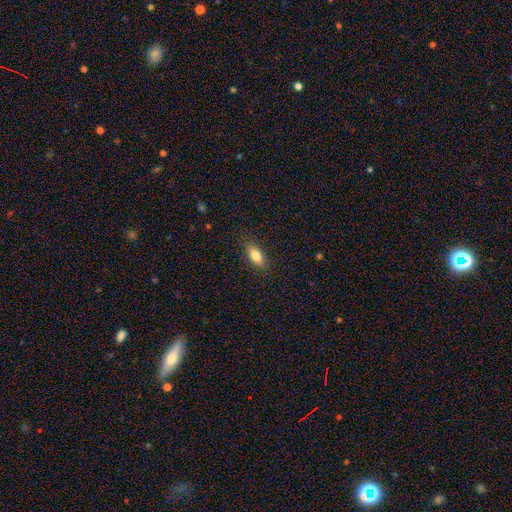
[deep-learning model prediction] smooth-or-featured: smooth: 81% | featured or disk: 12% | star or artifact: 7%
  how-rounded: in between: 83% | cigar-shaped: 14% | round: 4%
  merging: none: 85% | minor disturbance: 11% | major disturbance: 3% | merger: 1%